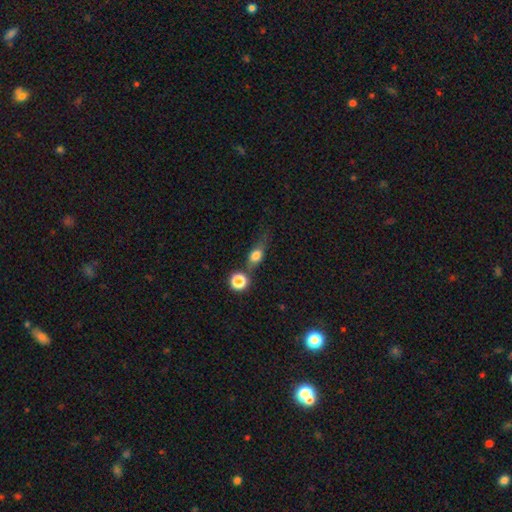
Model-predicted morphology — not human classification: Overall: smooth (71%). How rounded: in between (54%; round 33%). Merging: none (47%; merger 21%).